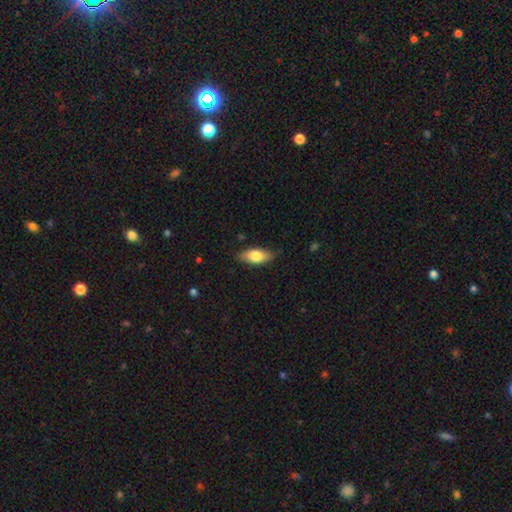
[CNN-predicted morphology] Q: Smooth or featured?
A: smooth (78%); runner-up: featured or disk (16%)
Q: How rounded?
A: in between (84%); runner-up: cigar-shaped (13%)
Q: Merging?
A: none (82%); runner-up: minor disturbance (14%)